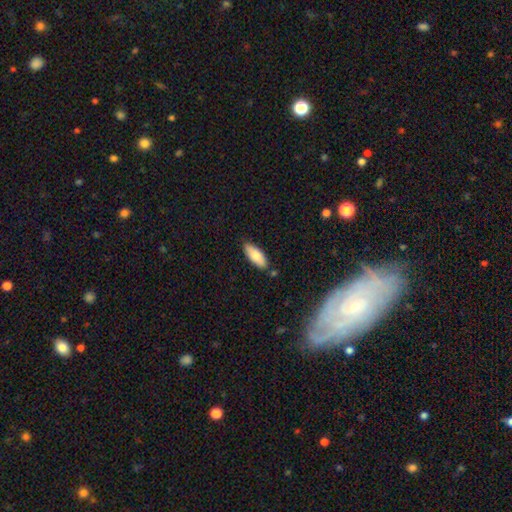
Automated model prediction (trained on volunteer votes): This appears to be a smooth galaxy with no disk features (80%) that is in between round and cigar-shaped (76%). Merging: none (81%).